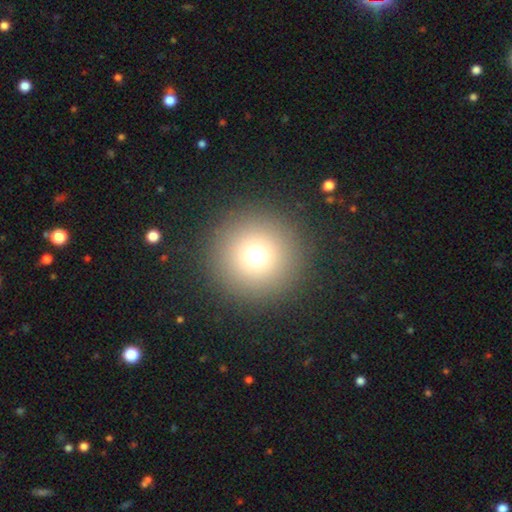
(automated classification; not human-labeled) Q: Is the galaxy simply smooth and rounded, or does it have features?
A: smooth — 70%.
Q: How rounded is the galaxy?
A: round — 96%.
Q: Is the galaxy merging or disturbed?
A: none — 91%.